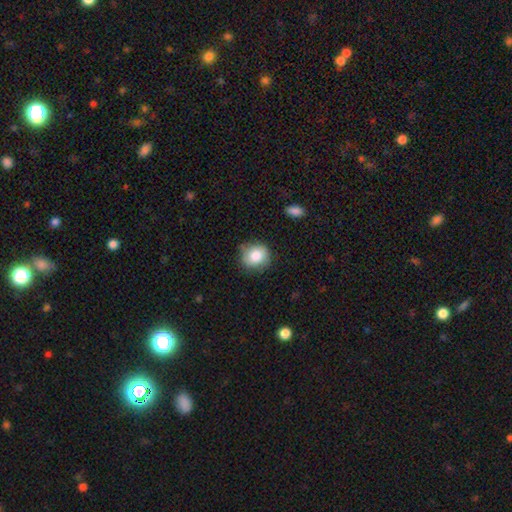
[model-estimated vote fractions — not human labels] Smooth or featured? smooth (83%)
How rounded? round (81%)
Merging? none (75%)